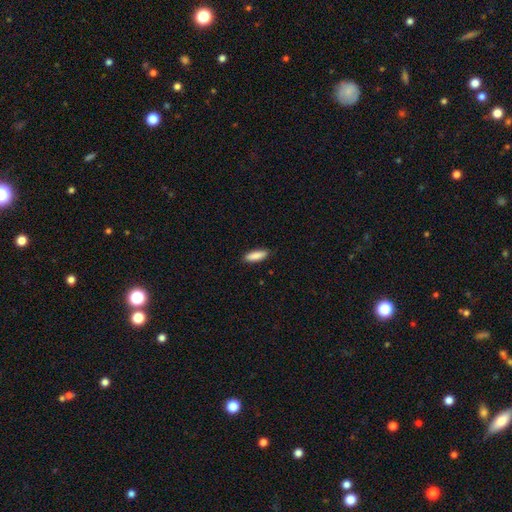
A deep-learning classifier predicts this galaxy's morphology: This appears to be a smooth galaxy with no disk features (88%) that is in between round and cigar-shaped (53%). Merging: none (87%).